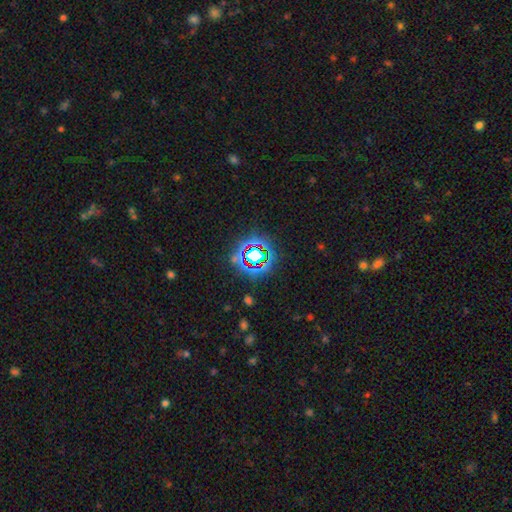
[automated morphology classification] smooth_or_featured: star or artifact (p=0.72) [alt: smooth p=0.17]